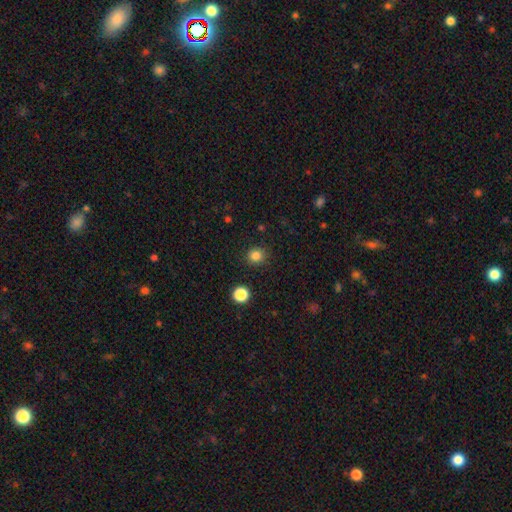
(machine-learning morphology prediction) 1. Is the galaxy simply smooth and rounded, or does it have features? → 83% smooth, 13% star or artifact, 4% featured or disk.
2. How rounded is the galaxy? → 89% round, 10% in between, 1% cigar-shaped.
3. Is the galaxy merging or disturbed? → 90% none, 6% minor disturbance, 2% major disturbance, 1% merger.